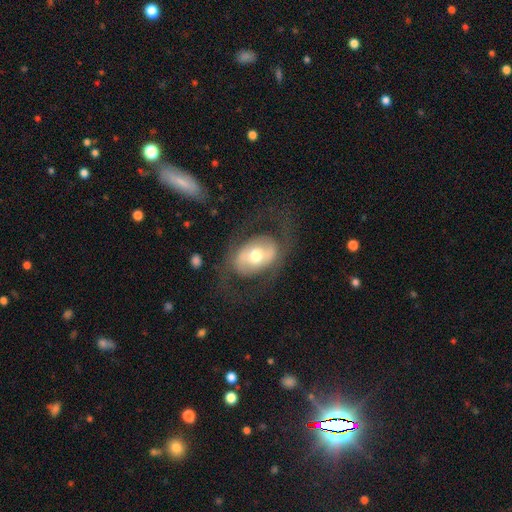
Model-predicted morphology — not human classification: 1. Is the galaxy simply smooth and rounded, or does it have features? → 62% featured or disk, 32% smooth, 6% star or artifact.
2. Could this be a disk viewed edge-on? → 93% no, 7% yes.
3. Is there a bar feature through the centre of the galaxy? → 44% no, 29% weak, 27% strong.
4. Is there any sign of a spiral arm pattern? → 51% no, 49% yes.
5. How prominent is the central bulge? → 68% moderate, 17% large, 12% small, 2% dominant, 1% none.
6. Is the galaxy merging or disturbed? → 67% none, 18% major disturbance, 14% minor disturbance, 2% merger.